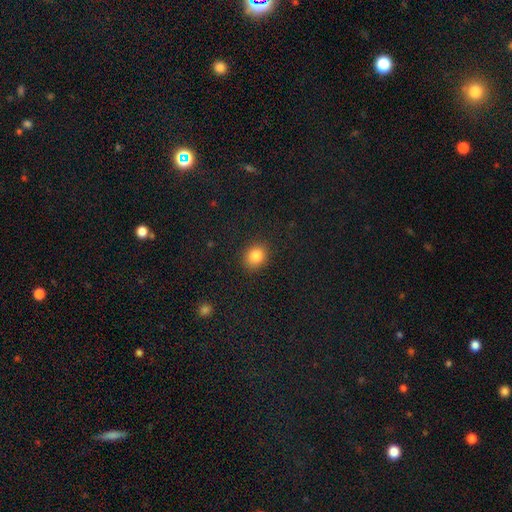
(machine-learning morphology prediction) Smooth or featured? smooth (84%)
How rounded? round (65%)
Merging? none (88%)